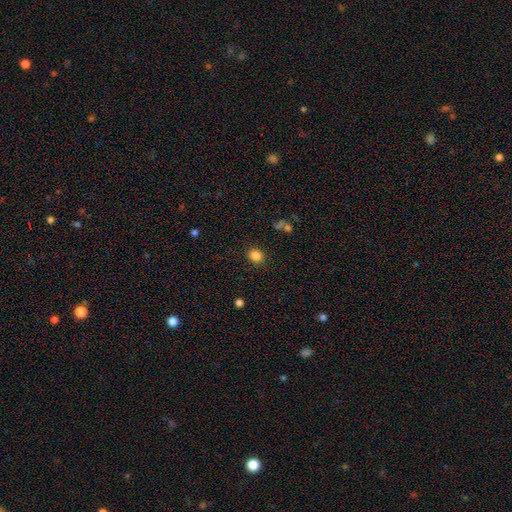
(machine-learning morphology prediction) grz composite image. It shows a smooth galaxy with no disk features (84%) that is round (71%). Merging: none (89%).